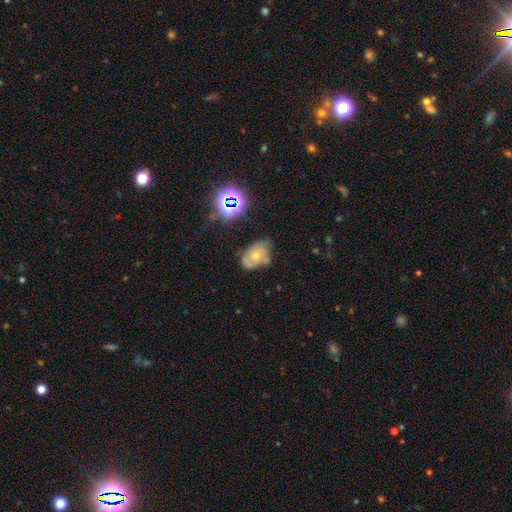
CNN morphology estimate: Overall: smooth (48%; featured or disk 36%). Merging: none (41%; minor disturbance 37%).